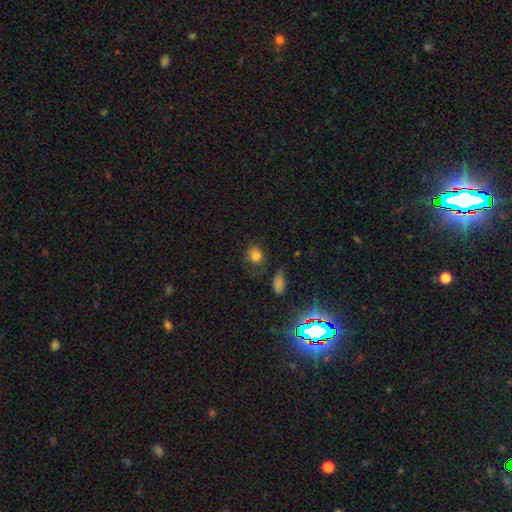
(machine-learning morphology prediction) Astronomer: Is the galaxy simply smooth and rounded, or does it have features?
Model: smooth — 79%.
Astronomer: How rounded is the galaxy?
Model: round — 59% (runner-up: in between, 39%).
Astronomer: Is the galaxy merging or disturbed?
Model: none — 69%.